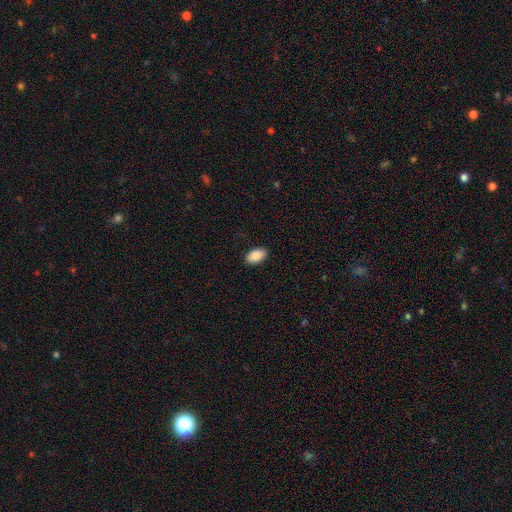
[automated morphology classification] Smooth or featured? smooth (88%)
How rounded? in between (93%)
Merging? none (89%)